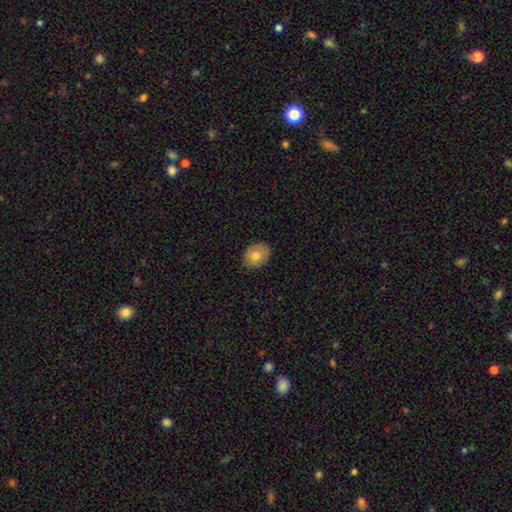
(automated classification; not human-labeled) A smooth galaxy with no disk features (75%) that is in between round and cigar-shaped (51%). Merging: none (86%).